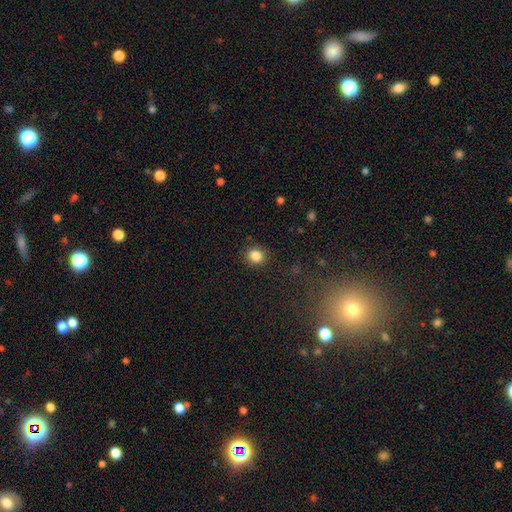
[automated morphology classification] Q: Smooth or featured?
A: smooth (85%); runner-up: star or artifact (11%)
Q: How rounded?
A: round (81%); runner-up: in between (18%)
Q: Merging?
A: none (89%); runner-up: minor disturbance (7%)